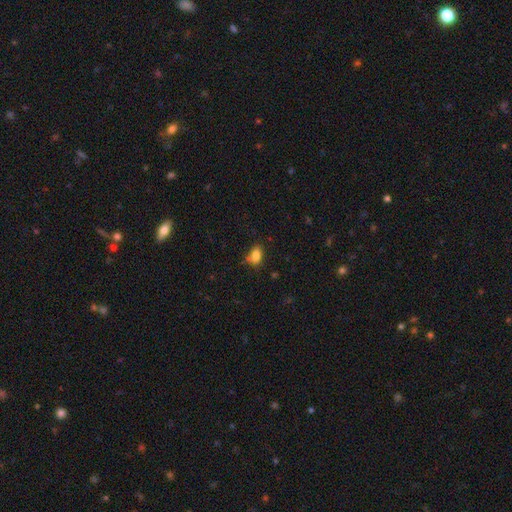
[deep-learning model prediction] smooth 82%, star or artifact 10%, featured or disk 7%. Down the decision tree: how rounded — in between (81%); merging — none (66%).